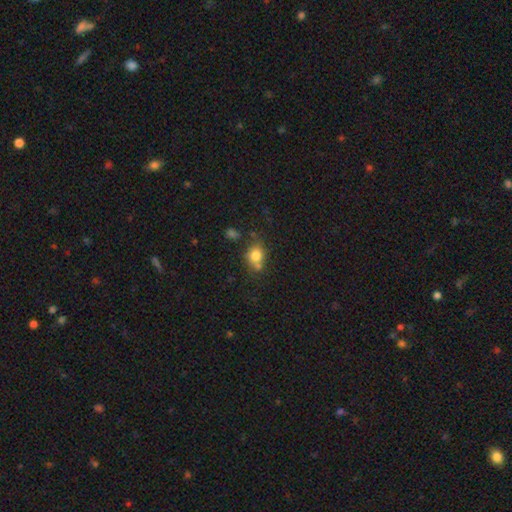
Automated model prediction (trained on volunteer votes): smooth-or-featured: smooth: 78% | star or artifact: 11% | featured or disk: 11%
  how-rounded: round: 60% | in between: 39% | cigar-shaped: 1%
  merging: none: 54% | merger: 23% | minor disturbance: 17% | major disturbance: 6%